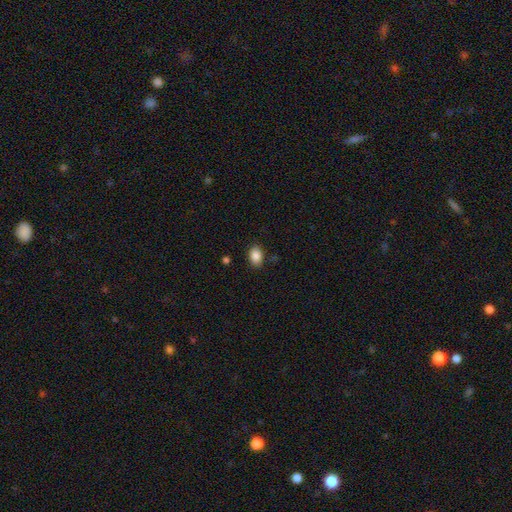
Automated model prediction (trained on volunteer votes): Smooth or featured? Predicted: smooth (p=0.87). How rounded? Predicted: in between (p=0.83). Merging? Predicted: none (p=0.86).